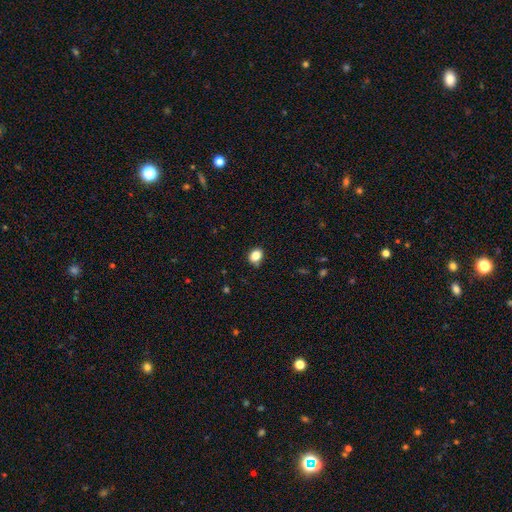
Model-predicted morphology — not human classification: smooth-or-featured: smooth: 84% | star or artifact: 11% | featured or disk: 5%
  how-rounded: round: 56% | in between: 43% | cigar-shaped: 1%
  merging: none: 79% | minor disturbance: 16% | major disturbance: 3% | merger: 2%